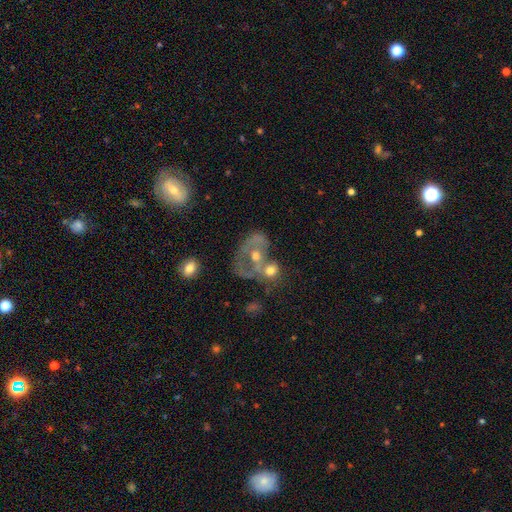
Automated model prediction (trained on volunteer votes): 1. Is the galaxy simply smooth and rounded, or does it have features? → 53% featured or disk, 36% smooth, 11% star or artifact.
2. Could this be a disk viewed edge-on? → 97% no, 3% yes.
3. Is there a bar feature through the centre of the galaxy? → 82% no, 14% weak, 4% strong.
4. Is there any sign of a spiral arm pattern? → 74% no, 26% yes.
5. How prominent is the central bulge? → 60% moderate, 20% small, 9% none, 8% large, 2% dominant.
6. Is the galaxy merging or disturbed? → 53% merger, 19% major disturbance, 18% none, 10% minor disturbance.